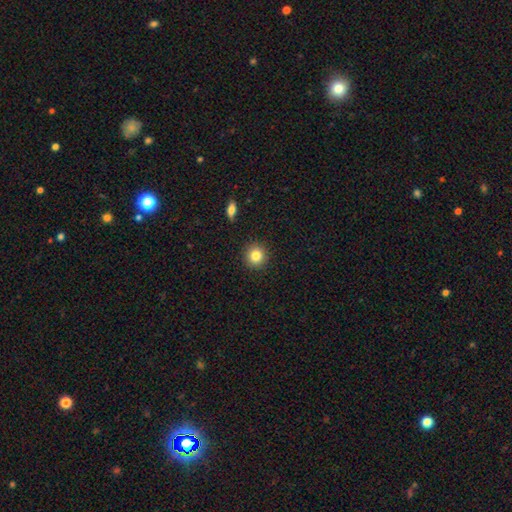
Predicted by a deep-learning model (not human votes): Smooth or featured: smooth — 83% (star or artifact — 10%)
How rounded: round — 93% (in between — 6%)
Merging: none — 91% (minor disturbance — 6%)